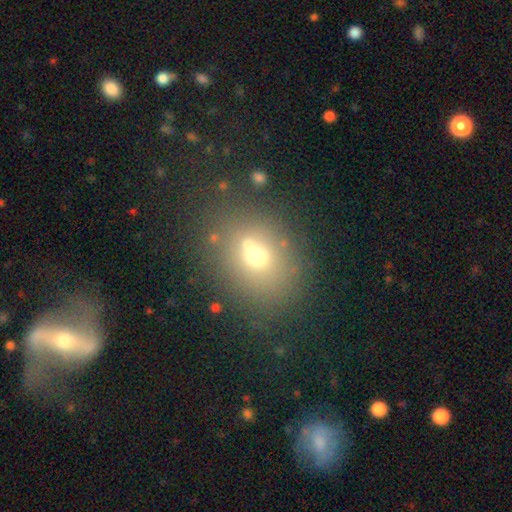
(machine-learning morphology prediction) Smooth or featured?
  - smooth: 63% *
  - star or artifact: 19%
  - featured or disk: 18%
How rounded?
  - round: 59% *
  - in between: 40%
  - cigar-shaped: 1%
Merging?
  - none: 62% *
  - merger: 21%
  - minor disturbance: 11%
  - major disturbance: 6%